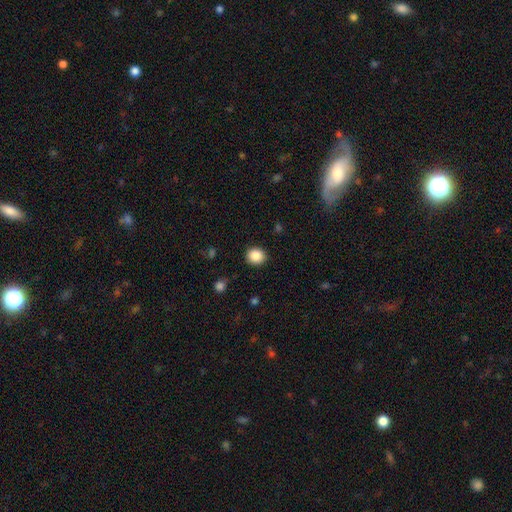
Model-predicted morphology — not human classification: type=smooth (87%); roundness=round (84%); merging=none (90%).